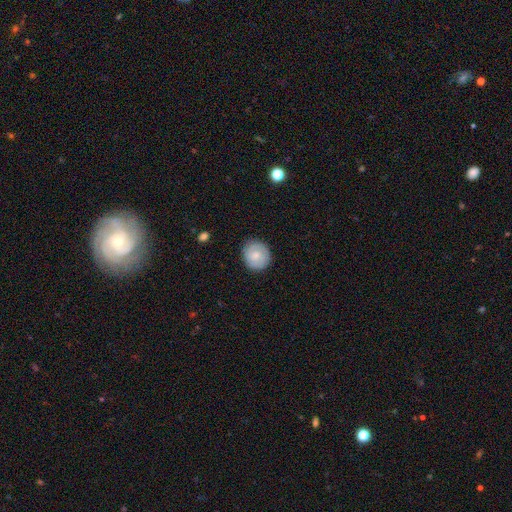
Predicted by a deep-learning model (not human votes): This appears to be a smooth galaxy with no disk features (60%) that is round (86%). Merging: none (85%).